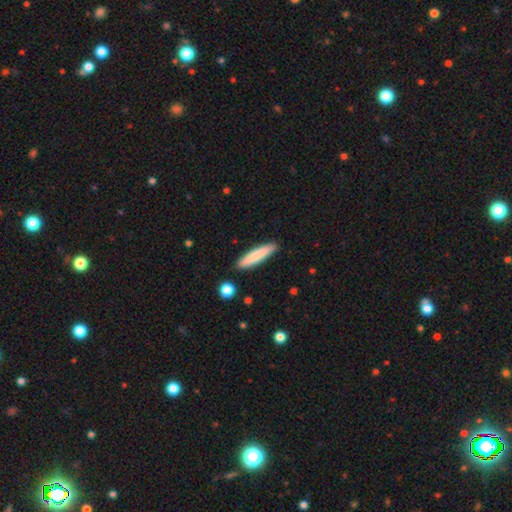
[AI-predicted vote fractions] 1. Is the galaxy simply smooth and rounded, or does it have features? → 81% smooth, 13% featured or disk, 6% star or artifact.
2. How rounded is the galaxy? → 85% cigar-shaped, 14% in between, 1% round.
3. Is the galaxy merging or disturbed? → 89% none, 7% minor disturbance, 2% merger, 2% major disturbance.